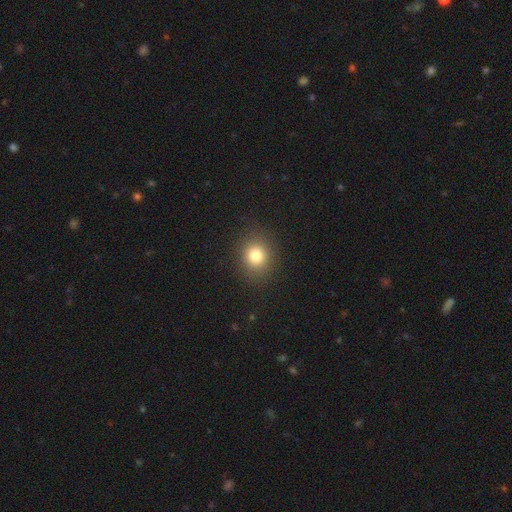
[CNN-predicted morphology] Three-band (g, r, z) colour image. It shows a smooth galaxy with no disk features (80%) that is round (77%). Merging: none (88%).